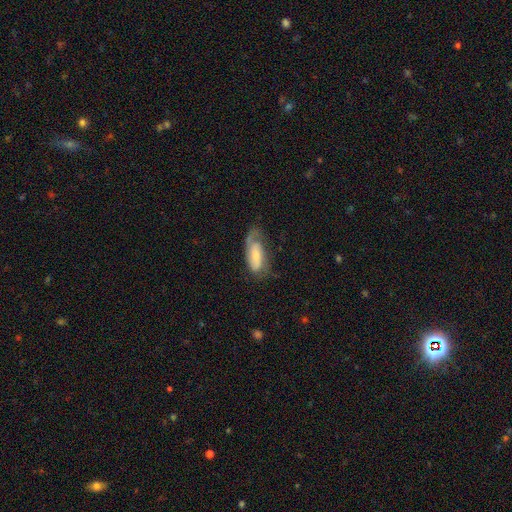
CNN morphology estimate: The model was most divided on "smooth or featured": featured or disk: 51%, smooth: 43%, star or artifact: 6%. Remaining: edge-on disk — no (90%); merging — none (46%).